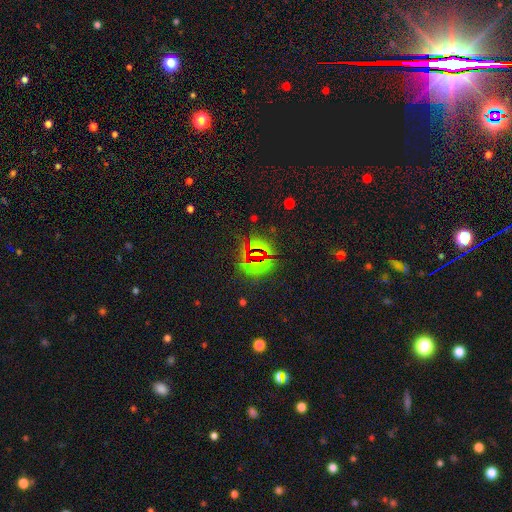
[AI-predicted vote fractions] Smooth or featured? star or artifact (70%)